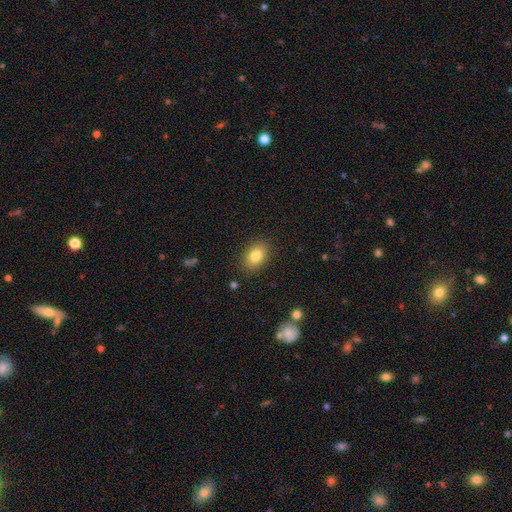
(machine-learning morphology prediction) A smooth galaxy with no disk features (82%) that is in between round and cigar-shaped (78%). Merging: none (86%).